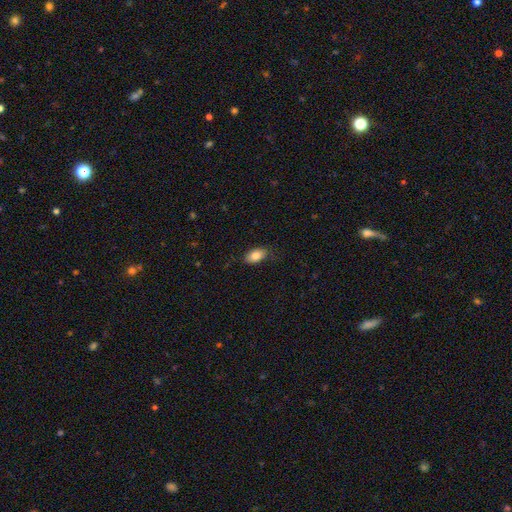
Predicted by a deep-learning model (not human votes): smooth_or_featured: smooth (p=0.83) [alt: featured or disk p=0.10]
how_rounded: in between (p=0.92) [alt: round p=0.06]
merging: none (p=0.81) [alt: minor disturbance p=0.15]